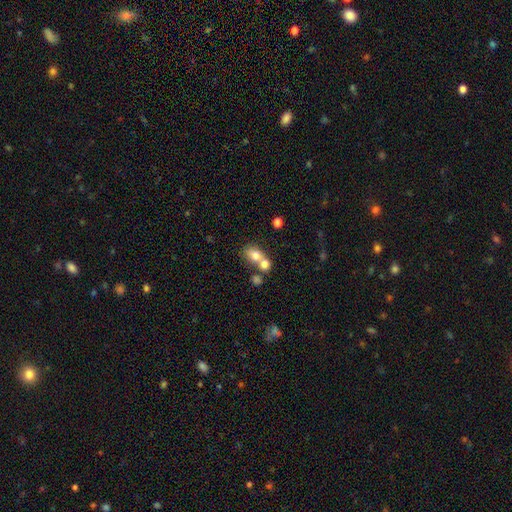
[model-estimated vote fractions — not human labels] The model was most divided on "how rounded": in between: 55%, round: 43%, cigar-shaped: 2%. More confident: smooth or featured — smooth (73%); merging — merger (57%).